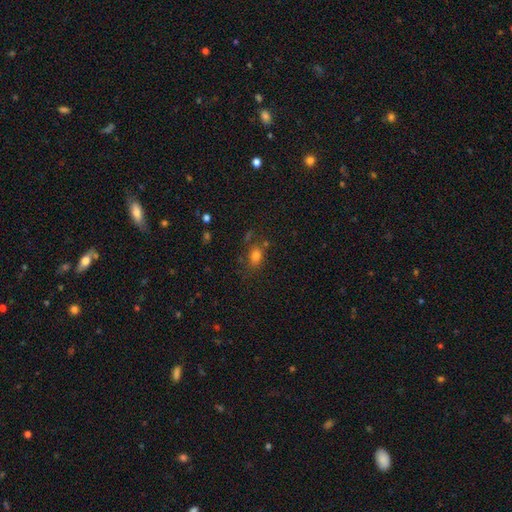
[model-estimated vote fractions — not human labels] smooth 75%, star or artifact 16%, featured or disk 9%. Down the decision tree: how rounded — in between (70%); merging — none (65%).